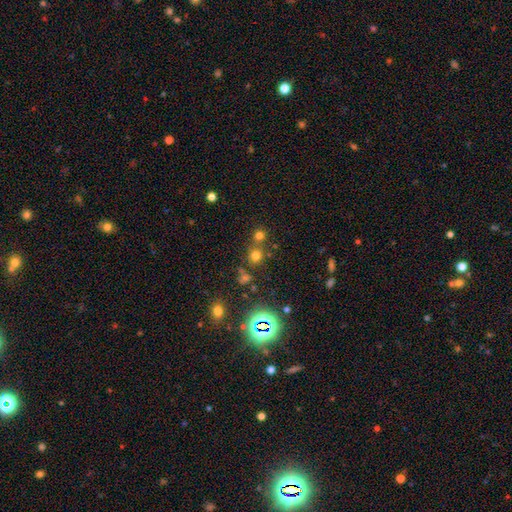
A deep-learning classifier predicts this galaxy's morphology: smooth_or_featured: smooth (p=0.62) [alt: star or artifact p=0.31]
how_rounded: round (p=0.89) [alt: in between p=0.10]
merging: none (p=0.66) [alt: merger p=0.22]